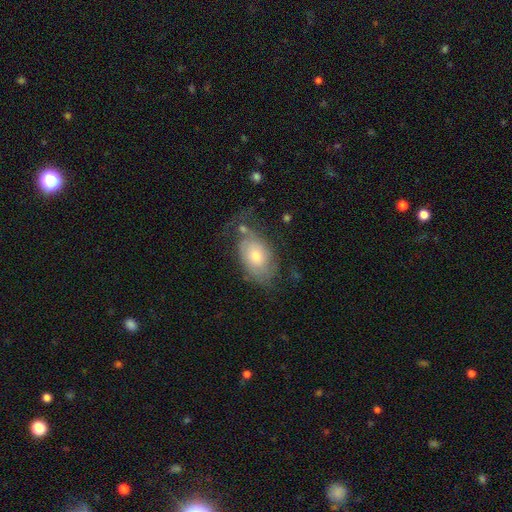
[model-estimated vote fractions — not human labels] A smooth galaxy with no disk features (48%). Merging: none (43%).